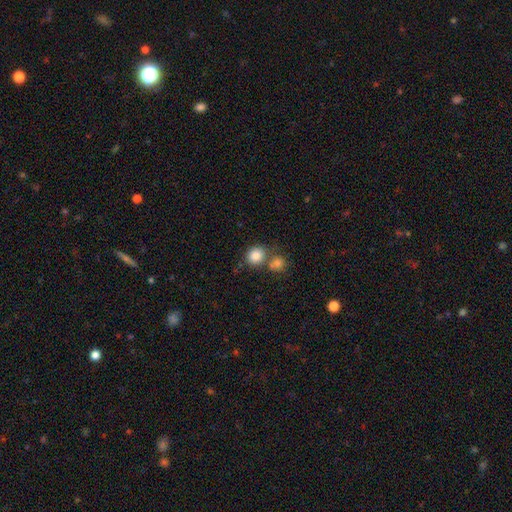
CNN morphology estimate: Smooth or featured? smooth (85%)
How rounded? round (76%)
Merging? none (56%)